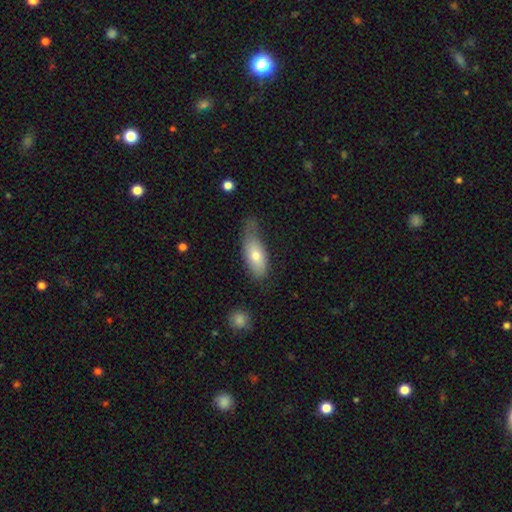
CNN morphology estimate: Smooth or featured? smooth (72%)
How rounded? in between (79%)
Merging? none (42%)